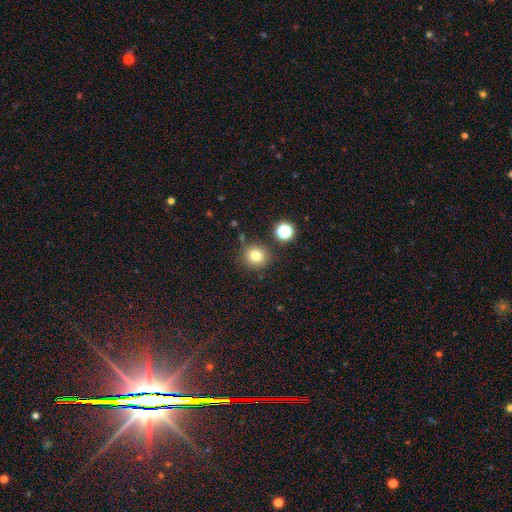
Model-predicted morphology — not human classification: Overall: smooth (78%). How rounded: round (90%). Merging: none (82%).